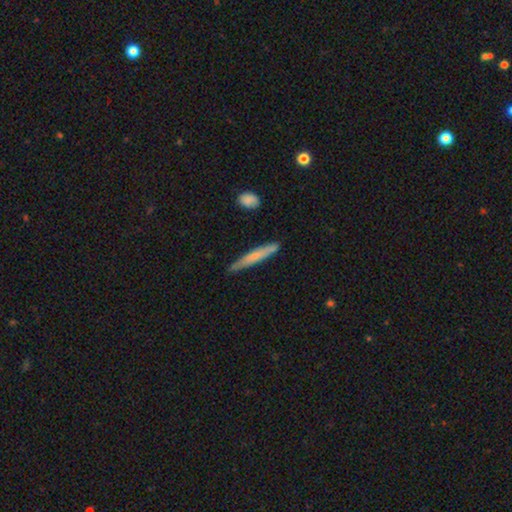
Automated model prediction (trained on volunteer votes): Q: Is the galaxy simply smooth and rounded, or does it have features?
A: smooth — 61%.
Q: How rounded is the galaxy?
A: cigar-shaped — 95%.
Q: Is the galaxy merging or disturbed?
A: none — 81%.